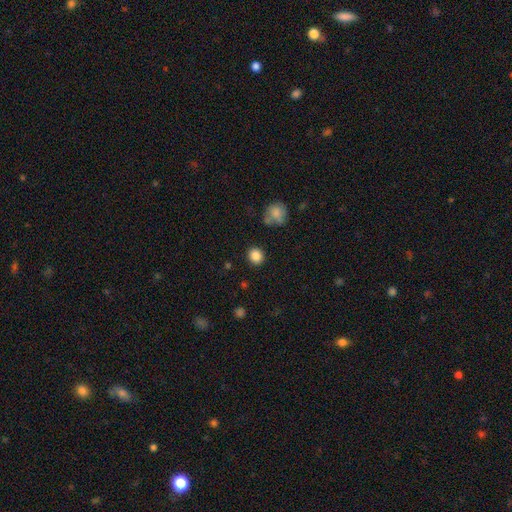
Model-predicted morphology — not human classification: Q: Smooth or featured?
A: smooth (86%); runner-up: star or artifact (10%)
Q: How rounded?
A: round (83%); runner-up: in between (16%)
Q: Merging?
A: none (88%); runner-up: minor disturbance (8%)